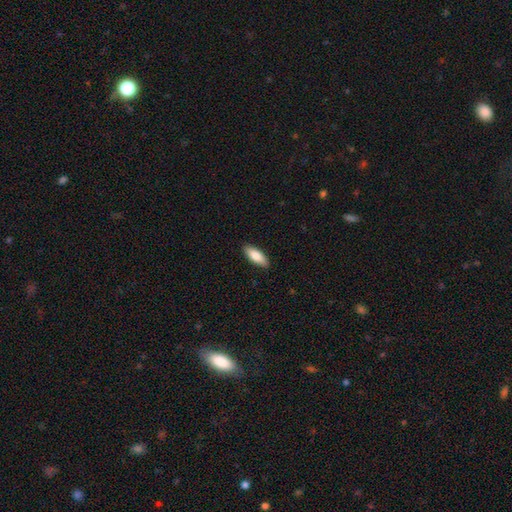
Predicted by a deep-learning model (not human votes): Morphology: type=smooth (83%); roundness=in between (67%); merging=none (89%).